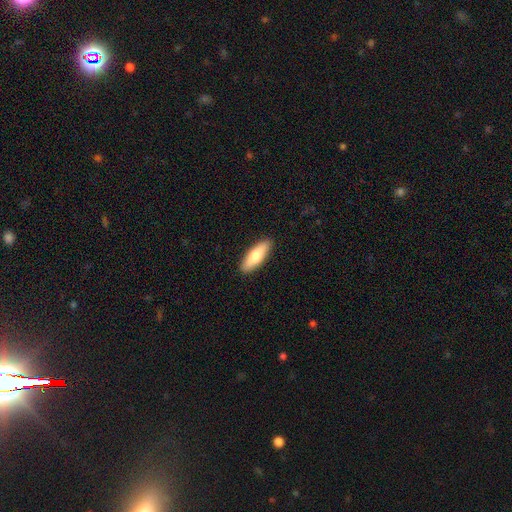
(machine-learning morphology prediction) Smooth or featured?
  - smooth: 70% *
  - featured or disk: 25%
  - star or artifact: 5%
How rounded?
  - in between: 53% *
  - cigar-shaped: 45%
  - round: 2%
Merging?
  - none: 90% *
  - minor disturbance: 7%
  - major disturbance: 2%
  - merger: 1%